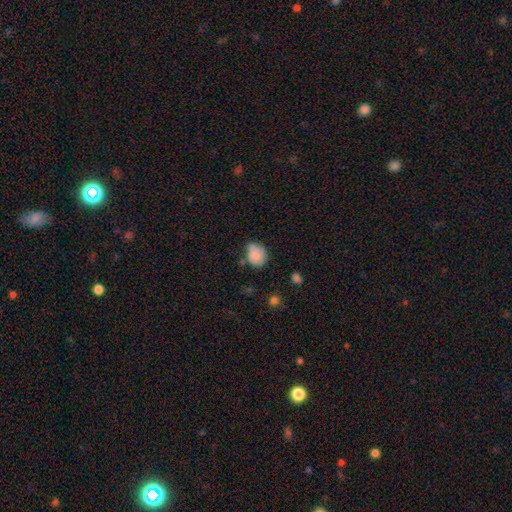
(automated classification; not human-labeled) Morphology: type=smooth (82%); roundness=in between (54%); merging=none (57%).